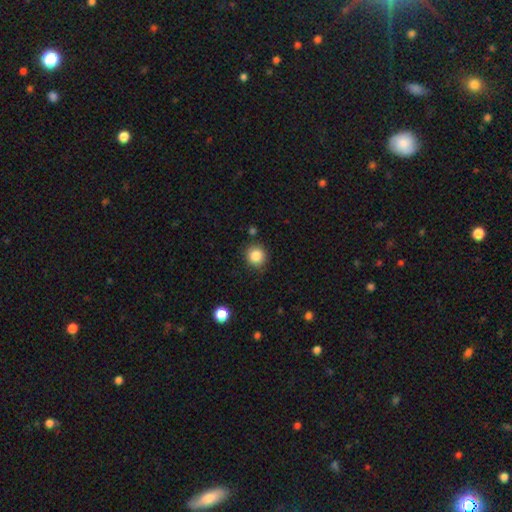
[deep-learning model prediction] Q: Smooth or featured?
A: smooth (86%); runner-up: star or artifact (10%)
Q: How rounded?
A: round (91%); runner-up: in between (8%)
Q: Merging?
A: none (85%); runner-up: minor disturbance (10%)